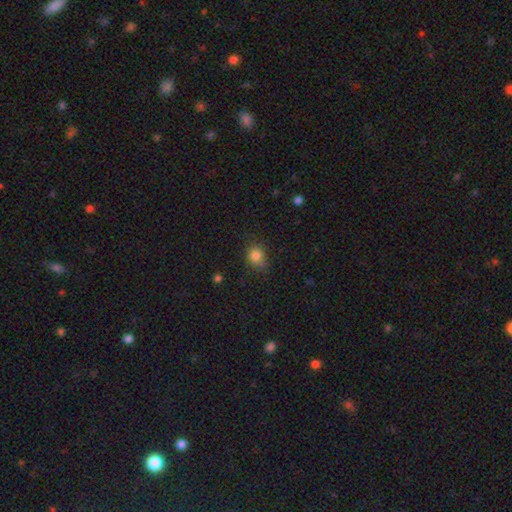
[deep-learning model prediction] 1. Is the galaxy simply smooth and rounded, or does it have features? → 82% smooth, 12% star or artifact, 6% featured or disk.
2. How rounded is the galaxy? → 69% round, 30% in between, 1% cigar-shaped.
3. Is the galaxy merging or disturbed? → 71% none, 22% minor disturbance, 5% major disturbance, 2% merger.